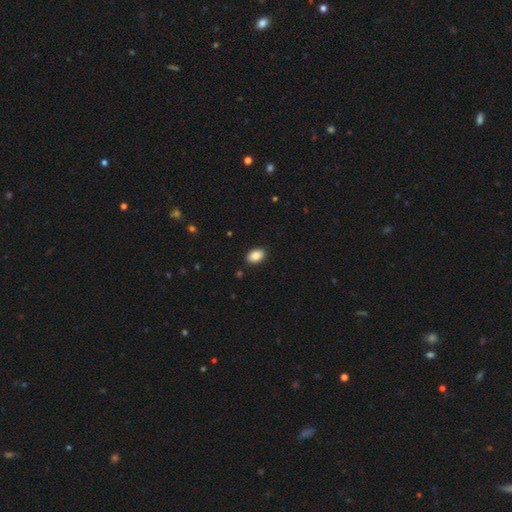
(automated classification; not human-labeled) Smooth or featured? smooth (88%)
How rounded? in between (87%)
Merging? none (90%)